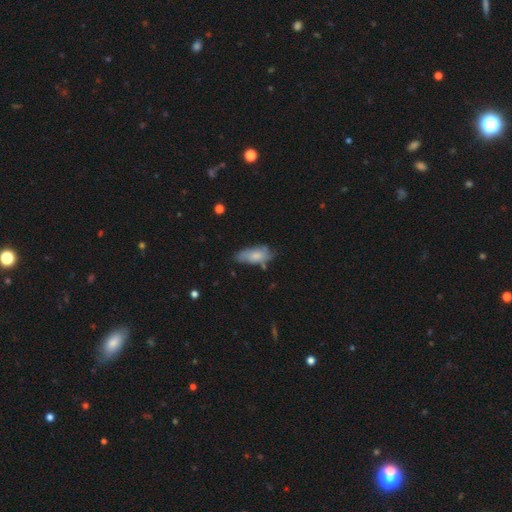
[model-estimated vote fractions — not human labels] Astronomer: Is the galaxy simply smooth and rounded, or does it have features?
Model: smooth — 68%.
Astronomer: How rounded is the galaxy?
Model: in between — 80%.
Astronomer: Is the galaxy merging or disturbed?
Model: none — 55% (runner-up: minor disturbance, 31%).